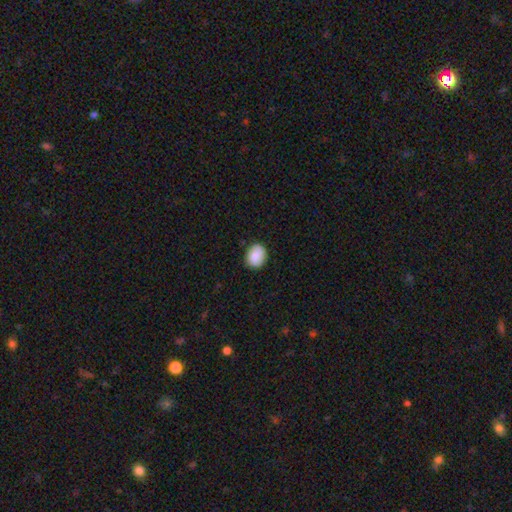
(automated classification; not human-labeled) This appears to be a smooth galaxy with no disk features (85%) that is in between round and cigar-shaped (50%). Merging: none (84%).